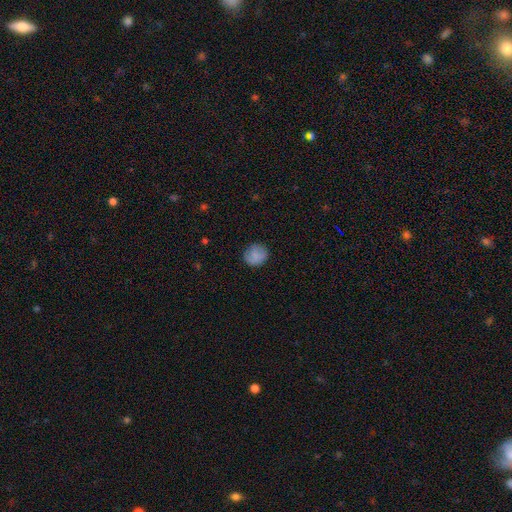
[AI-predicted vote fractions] This is clearly a smooth galaxy (83%). How rounded: clearly round (82%). Merging: clearly none (81%).